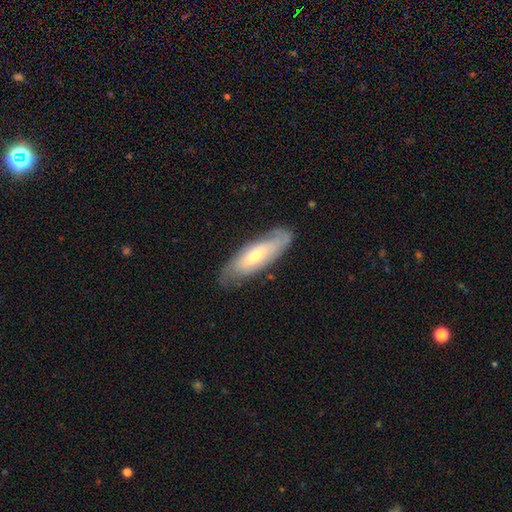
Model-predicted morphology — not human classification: smooth-or-featured: featured or disk: 56% | smooth: 36% | star or artifact: 8%
  disk-edge-on: no: 68% | yes: 32%
  merging: none: 80% | minor disturbance: 15% | major disturbance: 4% | merger: 1%